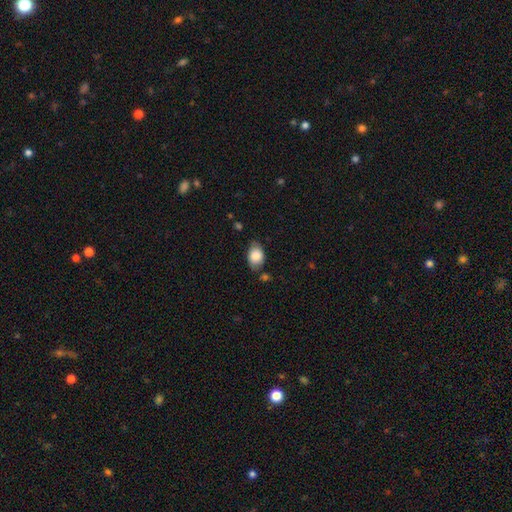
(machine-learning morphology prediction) This is clearly a smooth galaxy (83%). How rounded: clearly in between (82%). Merging: likely none (69%).